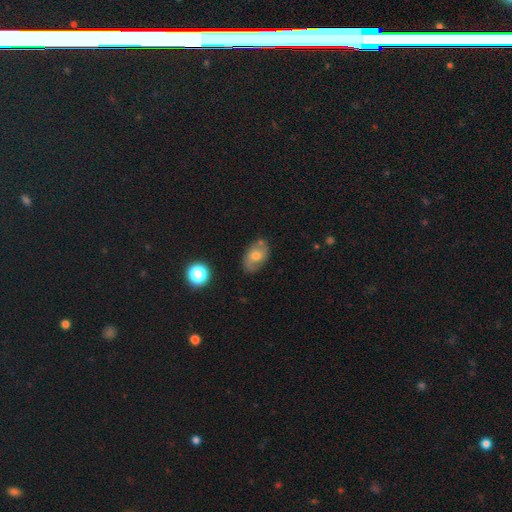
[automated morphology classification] This appears to be a smooth galaxy with no disk features (58%) that is in between round and cigar-shaped (85%). Merging: none (70%).